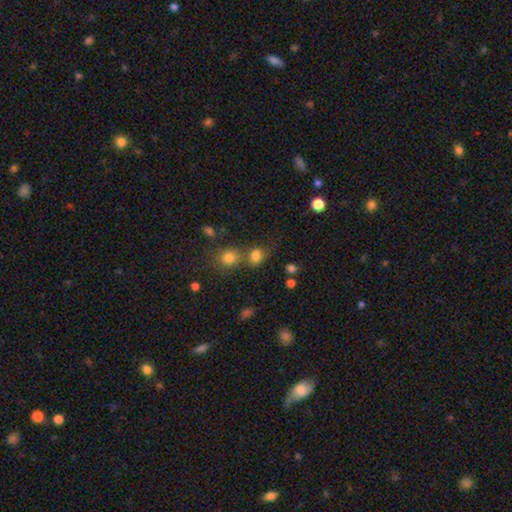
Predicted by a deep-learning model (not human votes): Smooth or featured? smooth (78%)
How rounded? round (64%)
Merging? none (48%)